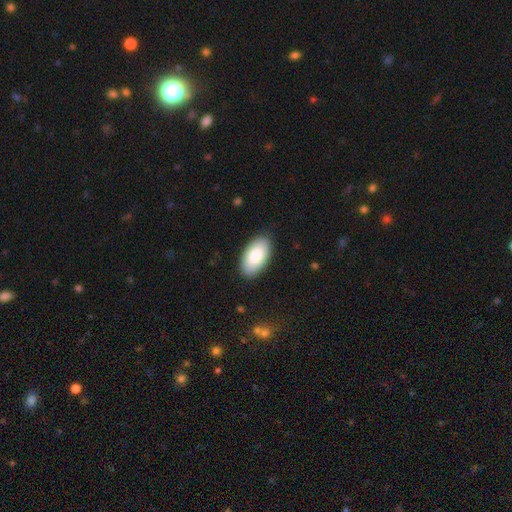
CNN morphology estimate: type=smooth (84%); roundness=in between (96%); merging=none (87%).